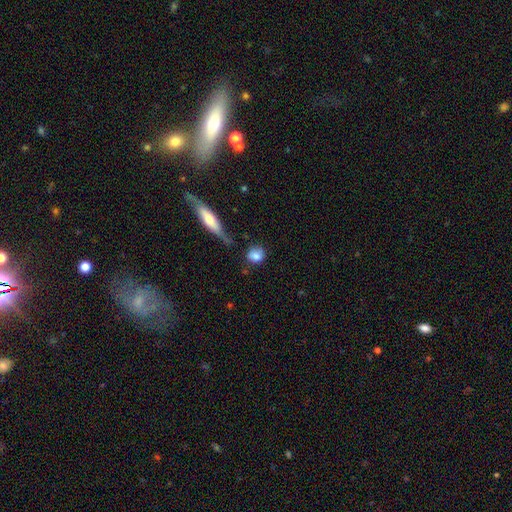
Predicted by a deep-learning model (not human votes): Smooth or featured: smooth — 82% (featured or disk — 10%)
How rounded: round — 71% (in between — 25%)
Merging: none — 71% (minor disturbance — 16%)